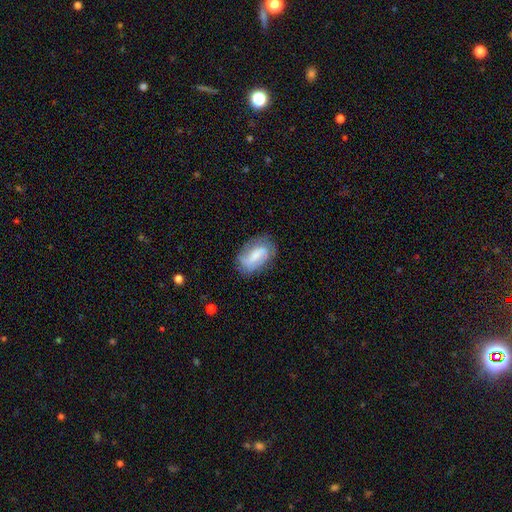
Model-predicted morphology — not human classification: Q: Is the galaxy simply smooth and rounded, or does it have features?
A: featured or disk — 53%.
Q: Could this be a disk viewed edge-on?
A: no — 94%.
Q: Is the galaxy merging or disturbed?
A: none — 68%.